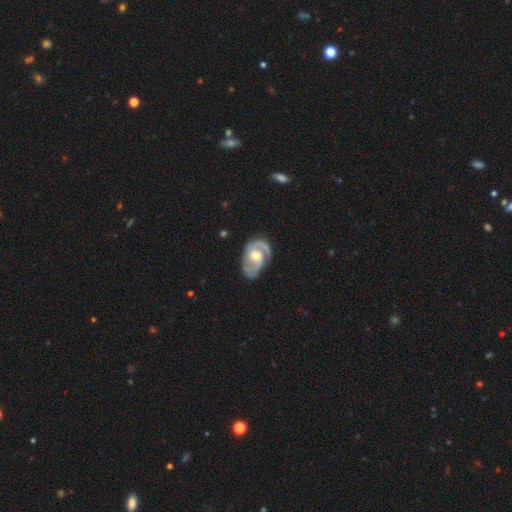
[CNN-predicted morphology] Q: Smooth or featured?
A: featured or disk (87%); runner-up: smooth (9%)
Q: Edge-on disk?
A: no (97%); runner-up: yes (3%)
Q: Bar?
A: no (56%); runner-up: weak (37%)
Q: Spiral arms?
A: yes (96%); runner-up: no (4%)
Q: Spiral winding?
A: medium (49%); runner-up: tight (37%)
Q: Spiral arm count?
A: 2 (78%); runner-up: 3 (8%)
Q: Bulge size?
A: moderate (66%); runner-up: small (25%)
Q: Merging?
A: none (69%); runner-up: minor disturbance (21%)